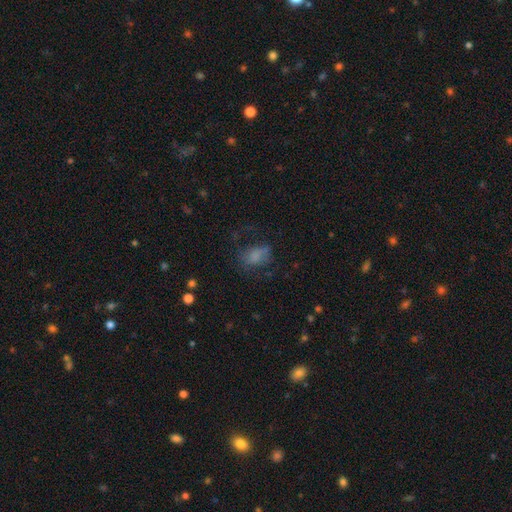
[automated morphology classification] This is likely a smooth galaxy (64%). How rounded: likely in between (76%). Merging: marginally none (40%).